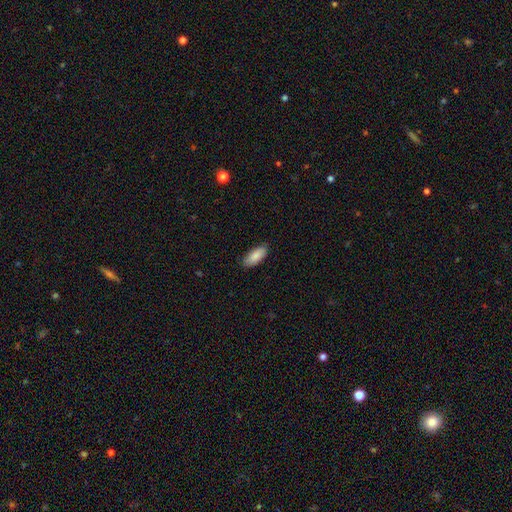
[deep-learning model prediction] Smooth or featured?
  - smooth: 88% *
  - featured or disk: 7%
  - star or artifact: 6%
How rounded?
  - in between: 85% *
  - cigar-shaped: 14%
  - round: 2%
Merging?
  - none: 87% *
  - minor disturbance: 11%
  - major disturbance: 2%
  - merger: 1%